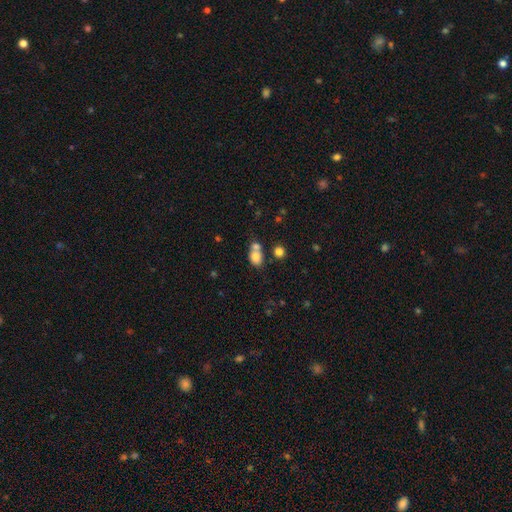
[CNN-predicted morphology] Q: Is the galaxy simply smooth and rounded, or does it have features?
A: smooth — 77%.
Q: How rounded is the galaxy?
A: in between — 52%.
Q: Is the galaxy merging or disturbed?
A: merger — 48%.